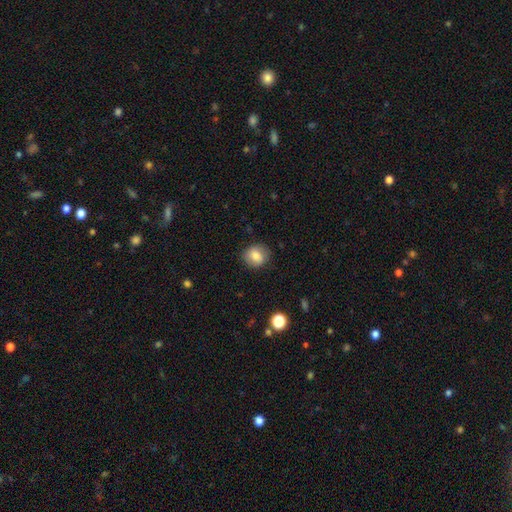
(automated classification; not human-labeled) The model was most divided on "how rounded": round: 72%, in between: 27%, cigar-shaped: 1%. More confident: merging — none (84%); smooth or featured — smooth (79%).